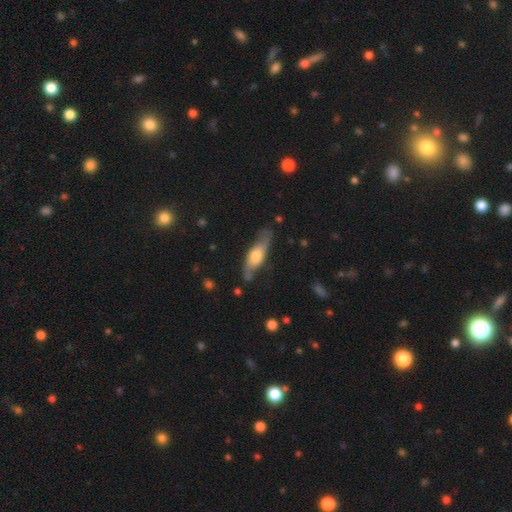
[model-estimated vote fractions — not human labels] A featured or disk galaxy (59%) viewed edge-on (54%). Merging: none (73%).